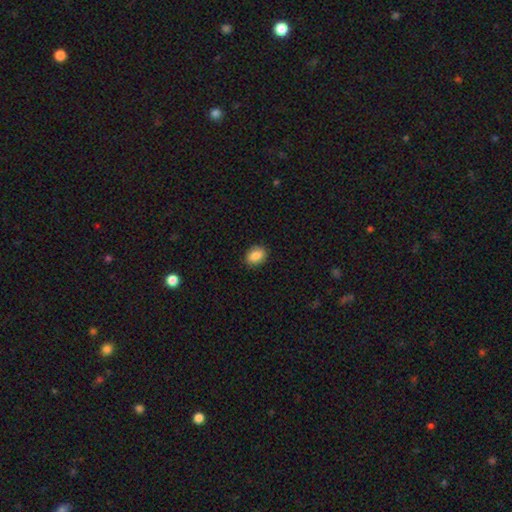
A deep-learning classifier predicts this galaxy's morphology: A smooth galaxy with no disk features (87%) that is in between round and cigar-shaped (69%).

Vote fractions:
- Smooth or featured? smooth: 87% / star or artifact: 8% / featured or disk: 5%
- How rounded? in between: 69% / round: 30% / cigar-shaped: 1%
- Merging? none: 89% / minor disturbance: 8% / major disturbance: 2% / merger: 1%